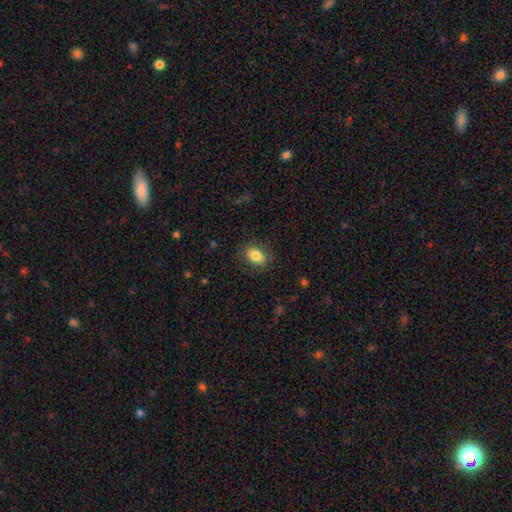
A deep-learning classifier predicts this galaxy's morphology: Smooth or featured? smooth (84%)
How rounded? in between (77%)
Merging? none (86%)